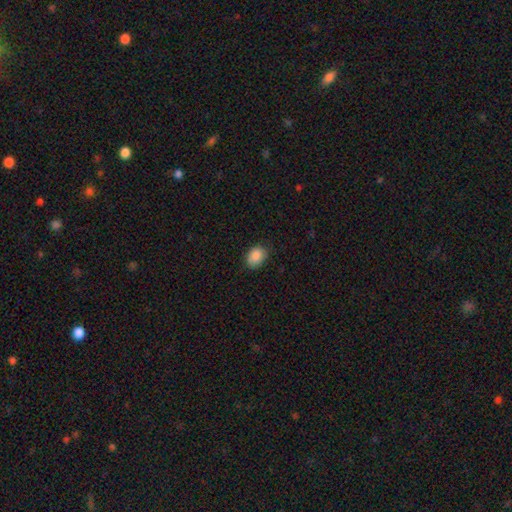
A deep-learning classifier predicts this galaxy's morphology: This is clearly a smooth galaxy (88%). How rounded: likely in between (68%). Merging: clearly none (83%).